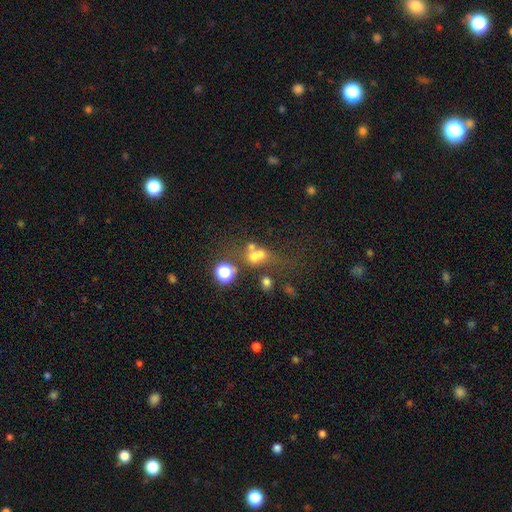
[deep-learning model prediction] Morphology: type=smooth (56%); roundness=round (68%); merging=merger (48%).